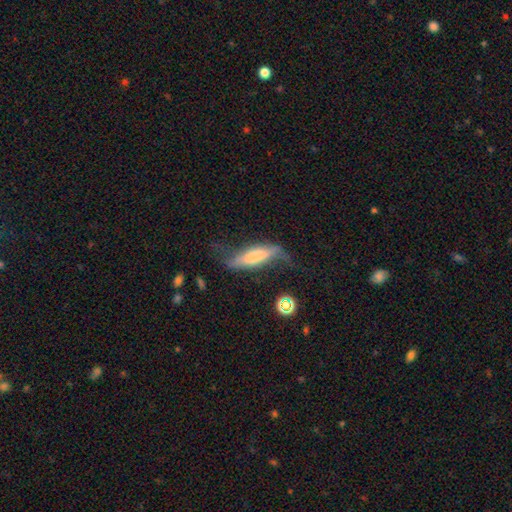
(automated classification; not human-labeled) featured or disk 51%, smooth 41%, star or artifact 8%. Down the decision tree: edge-on disk — no (57%); merging — none (43%).